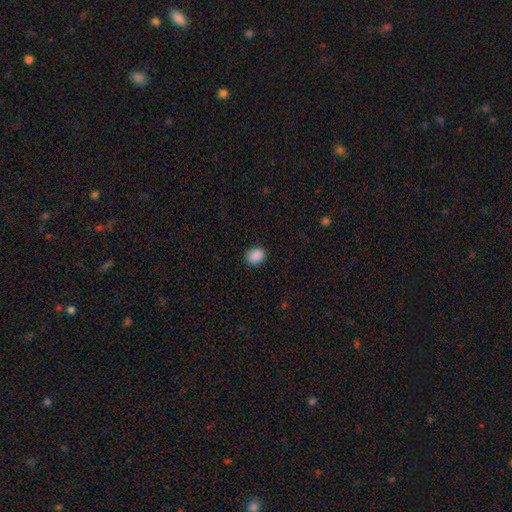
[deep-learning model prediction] Overall: smooth (89%). How rounded: in between (53%; round 46%). Merging: none (88%).